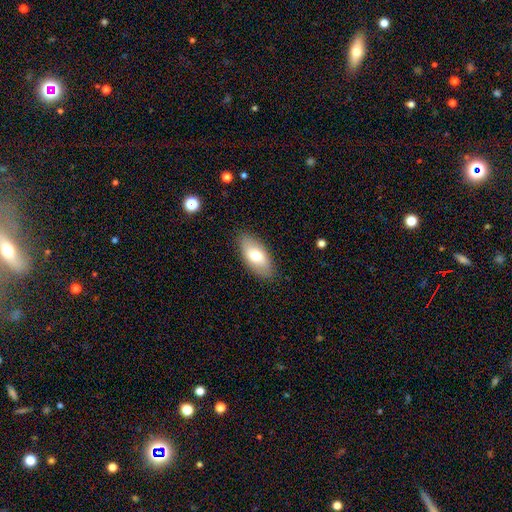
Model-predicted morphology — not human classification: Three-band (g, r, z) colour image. It shows a smooth galaxy with no disk features (72%) that is in between round and cigar-shaped (92%). Merging: none (86%).